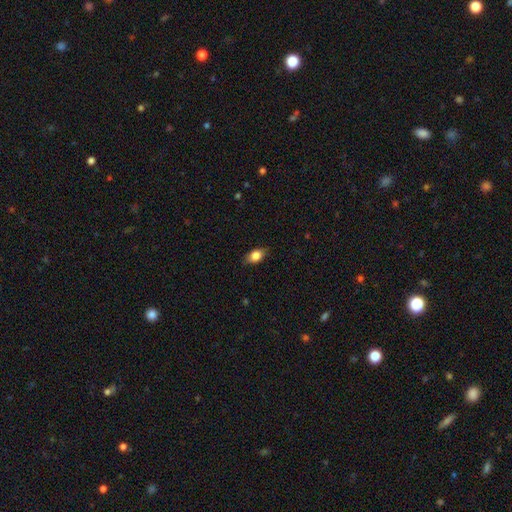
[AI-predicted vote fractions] A smooth galaxy with no disk features (79%) that is in between round and cigar-shaped (83%).

Vote fractions:
- Smooth or featured? smooth: 79% / featured or disk: 13% / star or artifact: 8%
- How rounded? in between: 83% / round: 13% / cigar-shaped: 5%
- Merging? none: 83% / minor disturbance: 13% / major disturbance: 2% / merger: 1%